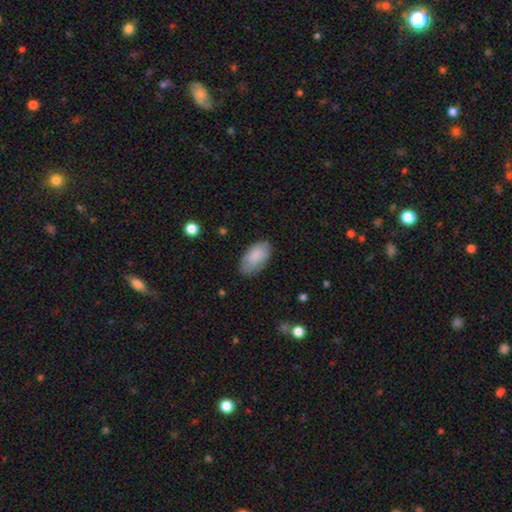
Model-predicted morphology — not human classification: This is clearly a smooth galaxy (85%). How rounded: clearly in between (95%). Merging: likely none (77%).